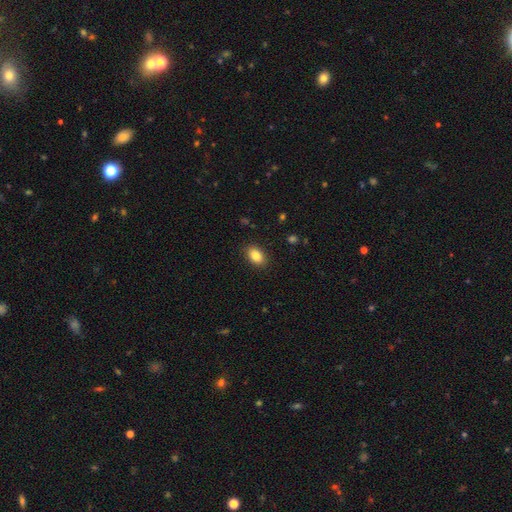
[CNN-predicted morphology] type=smooth (85%); roundness=in between (85%); merging=none (89%).